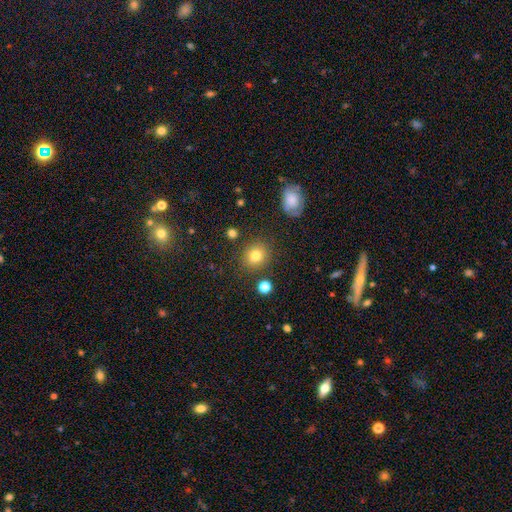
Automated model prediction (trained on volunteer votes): A smooth galaxy with no disk features (79%) that is round (80%).

Vote fractions:
- Smooth or featured? smooth: 79% / star or artifact: 13% / featured or disk: 9%
- How rounded? round: 80% / in between: 19% / cigar-shaped: 1%
- Merging? none: 84% / minor disturbance: 9% / merger: 4% / major disturbance: 3%